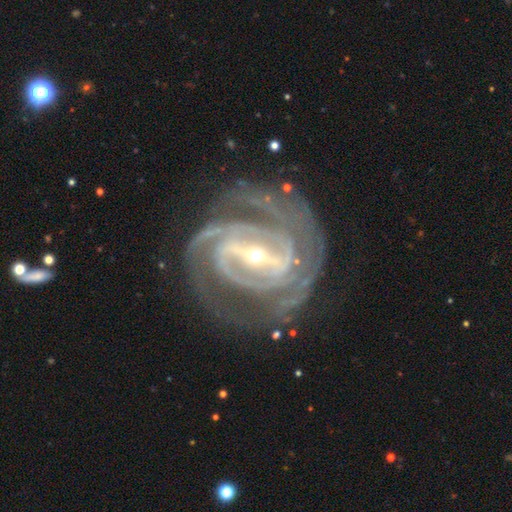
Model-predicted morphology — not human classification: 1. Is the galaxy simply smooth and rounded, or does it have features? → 92% featured or disk, 5% star or artifact, 3% smooth.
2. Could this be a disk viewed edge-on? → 96% no, 4% yes.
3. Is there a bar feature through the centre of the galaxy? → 75% strong, 19% weak, 6% no.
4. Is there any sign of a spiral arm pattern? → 98% yes, 2% no.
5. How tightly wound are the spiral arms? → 67% tight, 29% medium, 4% loose.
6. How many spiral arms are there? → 30% 2, 26% 3, 16% 4, 15% can't tell, 7% more than 4, 6% 1.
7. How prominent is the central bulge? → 72% small, 24% moderate, 2% large, 1% none, 1% dominant.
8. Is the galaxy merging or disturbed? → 73% none, 16% minor disturbance, 10% major disturbance, 2% merger.